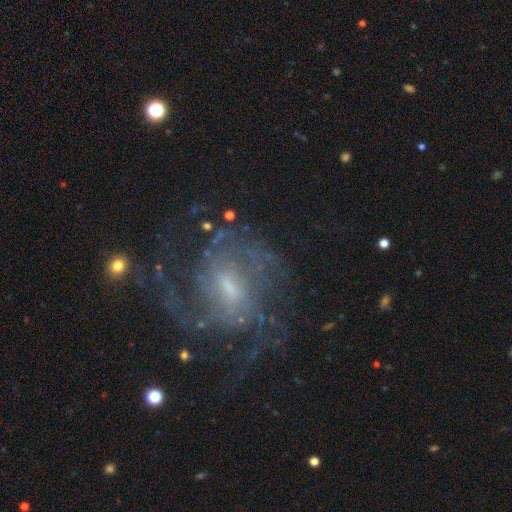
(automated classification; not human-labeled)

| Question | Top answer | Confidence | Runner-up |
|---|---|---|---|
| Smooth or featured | featured or disk | 82% | star or artifact (10%) |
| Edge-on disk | no | 97% | yes (3%) |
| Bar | weak | 54% | no (31%) |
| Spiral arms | yes | 93% | no (7%) |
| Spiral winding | medium | 45% | tight (38%) |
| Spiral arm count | can't tell | 35% | 2 (20%) |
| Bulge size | small | 50% | moderate (37%) |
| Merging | none | 65% | major disturbance (17%) |